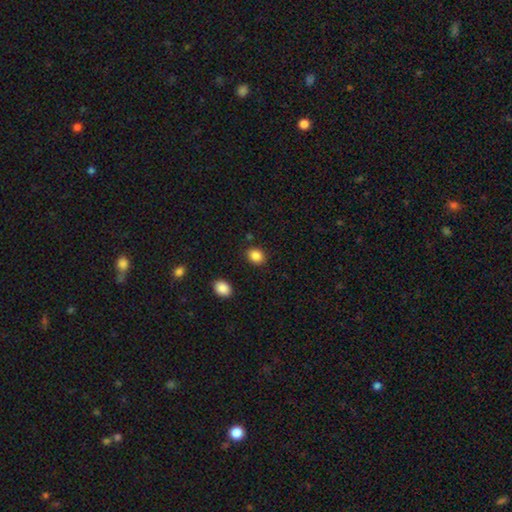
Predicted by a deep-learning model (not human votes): Smooth or featured: smooth — 87% (star or artifact — 9%)
How rounded: in between — 53% (round — 46%)
Merging: none — 85% (minor disturbance — 10%)